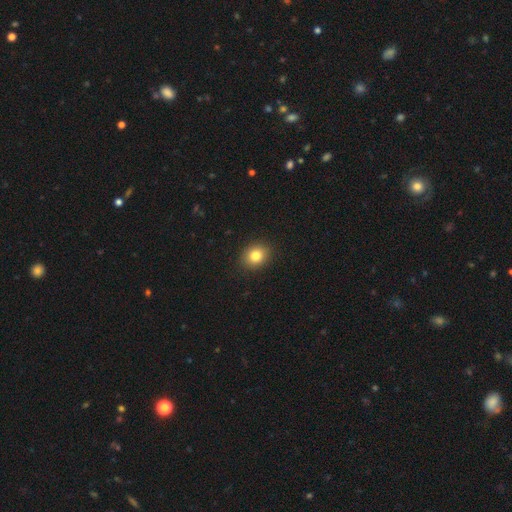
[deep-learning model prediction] Morphology: type=smooth (82%); roundness=round (61%); merging=none (90%).